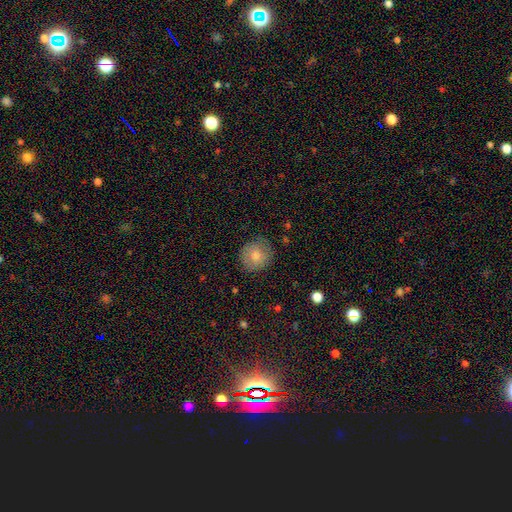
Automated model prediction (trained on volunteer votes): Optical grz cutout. It shows a smooth galaxy with no disk features (77%) that is round (91%). Merging: none (81%).